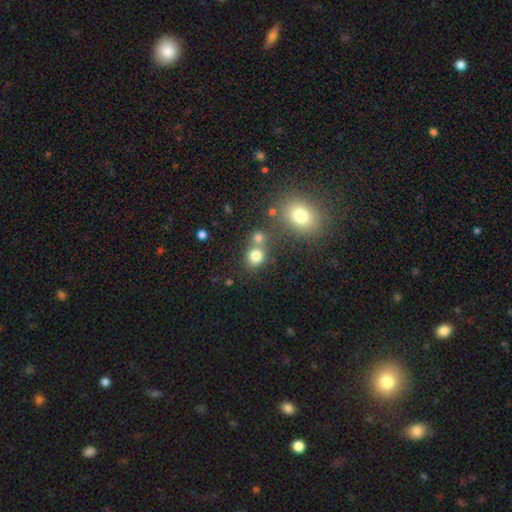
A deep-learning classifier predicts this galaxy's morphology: Smooth or featured? Predicted: smooth (p=0.78). How rounded? Predicted: round (p=0.73). Merging? Predicted: none (p=0.57).